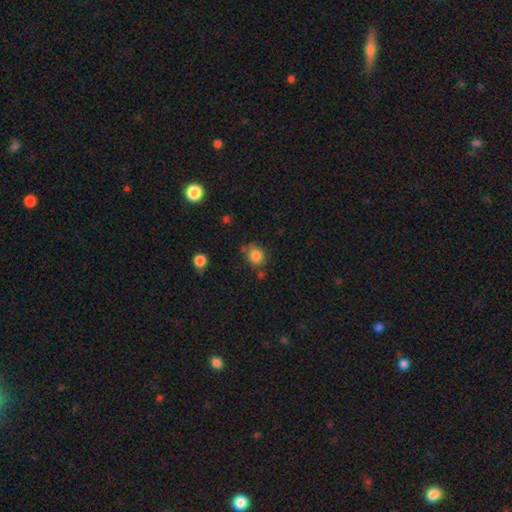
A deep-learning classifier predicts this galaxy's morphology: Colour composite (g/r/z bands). It shows a smooth galaxy with no disk features (81%) that is round (62%). Merging: none (60%).